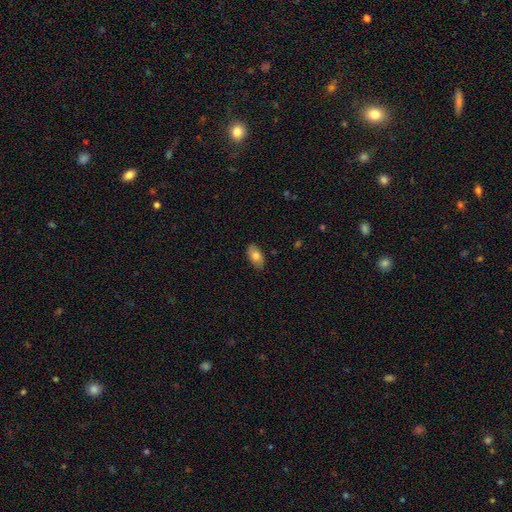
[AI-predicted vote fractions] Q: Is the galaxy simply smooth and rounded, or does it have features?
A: smooth — 77%.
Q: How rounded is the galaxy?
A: in between — 93%.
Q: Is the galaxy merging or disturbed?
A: none — 85%.